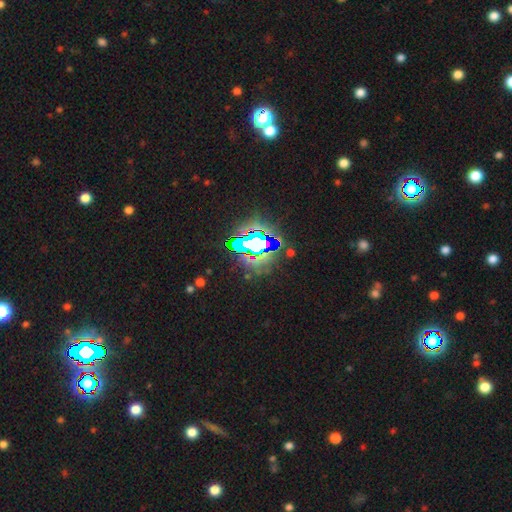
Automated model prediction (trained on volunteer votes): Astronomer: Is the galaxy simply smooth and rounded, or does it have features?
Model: star or artifact — 81%.